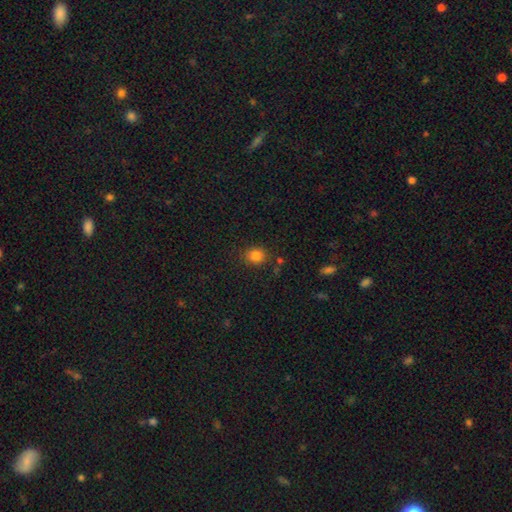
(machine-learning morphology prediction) Smooth or featured? smooth (83%)
How rounded? round (71%)
Merging? none (83%)